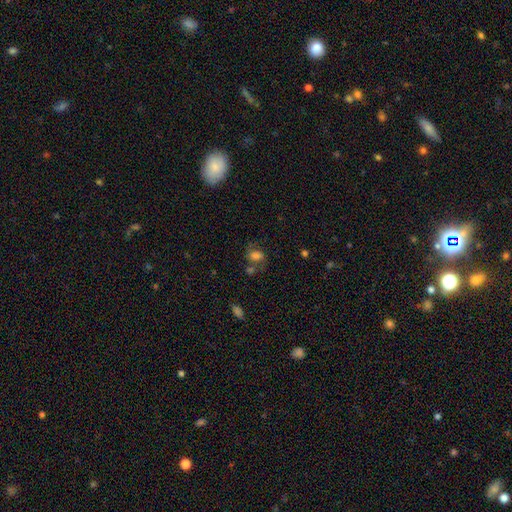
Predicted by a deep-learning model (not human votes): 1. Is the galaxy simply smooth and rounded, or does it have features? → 66% smooth, 20% featured or disk, 14% star or artifact.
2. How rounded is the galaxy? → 68% in between, 31% round, 2% cigar-shaped.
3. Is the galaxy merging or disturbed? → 48% none, 20% minor disturbance, 19% merger, 13% major disturbance.